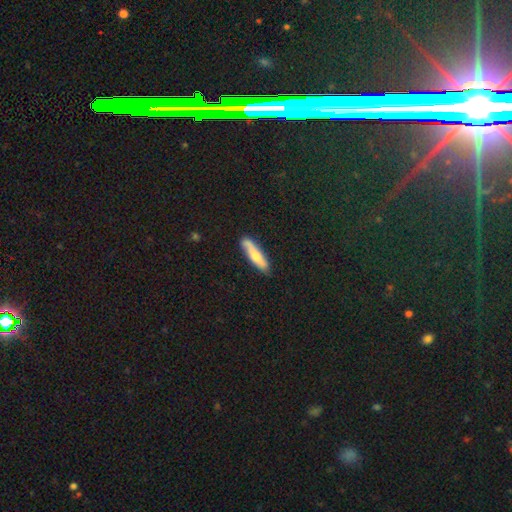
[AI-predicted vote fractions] A smooth galaxy with no disk features (66%) that is cigar-shaped (80%).

Vote fractions:
- Smooth or featured? smooth: 66% / featured or disk: 29% / star or artifact: 6%
- How rounded? cigar-shaped: 80% / in between: 18% / round: 2%
- Merging? none: 80% / minor disturbance: 15% / major disturbance: 3% / merger: 2%